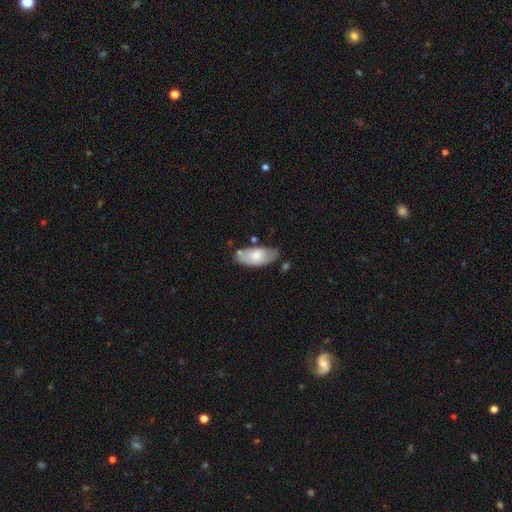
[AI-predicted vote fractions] A smooth galaxy with no disk features (66%) that is in between round and cigar-shaped (90%).

Vote fractions:
- Smooth or featured? smooth: 66% / featured or disk: 28% / star or artifact: 6%
- How rounded? in between: 90% / cigar-shaped: 8% / round: 2%
- Merging? none: 63% / minor disturbance: 25% / merger: 7% / major disturbance: 6%